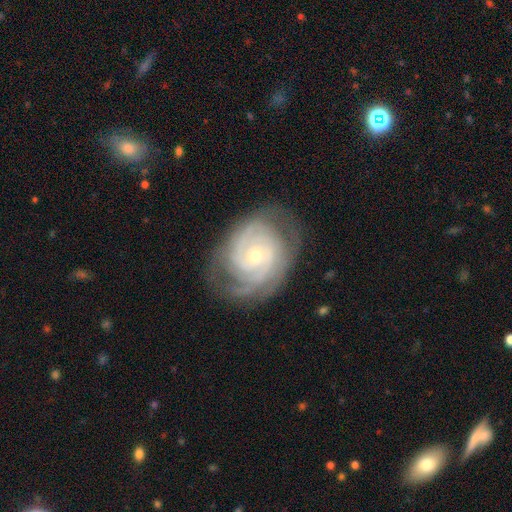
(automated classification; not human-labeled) This is clearly a featured or disk galaxy (87%). It is clearly not viewed edge-on (97%). Bar: likely no (71%). Spiral arm pattern: clearly yes (96%). Spiral arm count: marginally 2 (27%). Spiral winding: likely tight (71%). Central bulge: possibly small (58%). Merging: likely none (74%).